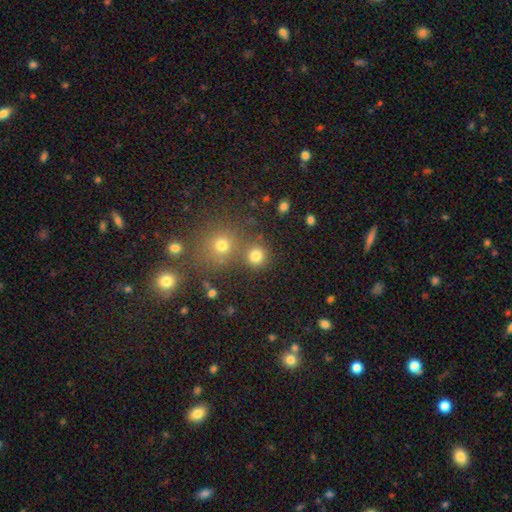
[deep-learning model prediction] Smooth or featured? smooth (79%)
How rounded? round (91%)
Merging? none (73%)